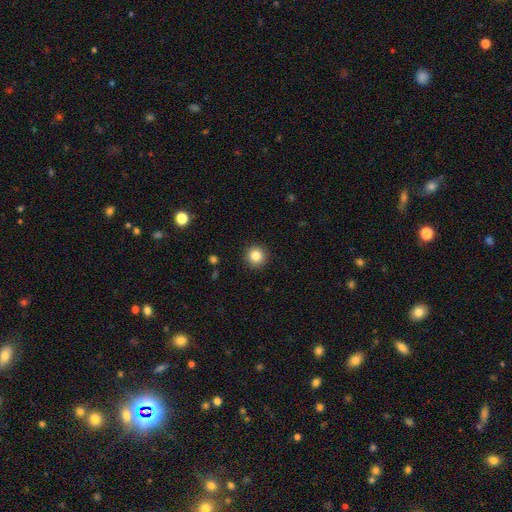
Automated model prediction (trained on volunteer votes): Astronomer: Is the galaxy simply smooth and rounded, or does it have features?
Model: smooth — 84%.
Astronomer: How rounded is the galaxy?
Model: round — 95%.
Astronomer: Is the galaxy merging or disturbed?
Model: none — 92%.